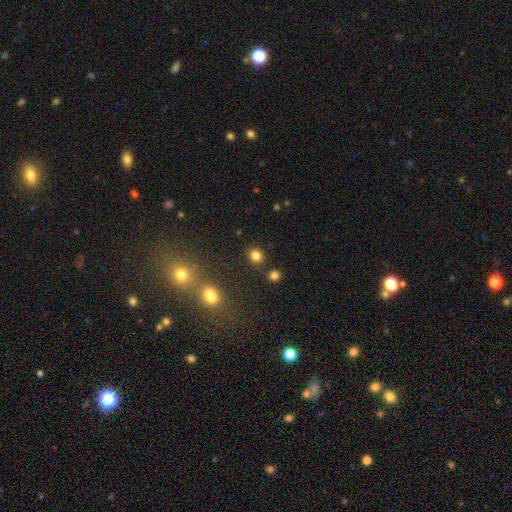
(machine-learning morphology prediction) smooth 82%, star or artifact 13%, featured or disk 5%. Down the decision tree: how rounded — round (61%); merging — none (83%).